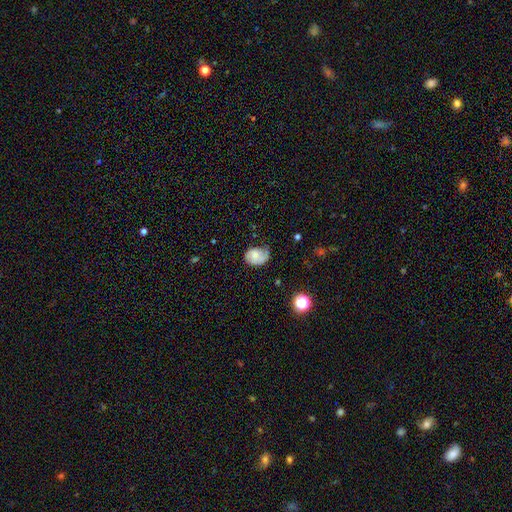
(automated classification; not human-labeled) Smooth or featured? Predicted: featured or disk (p=0.47). Merging? Predicted: none (p=0.46).